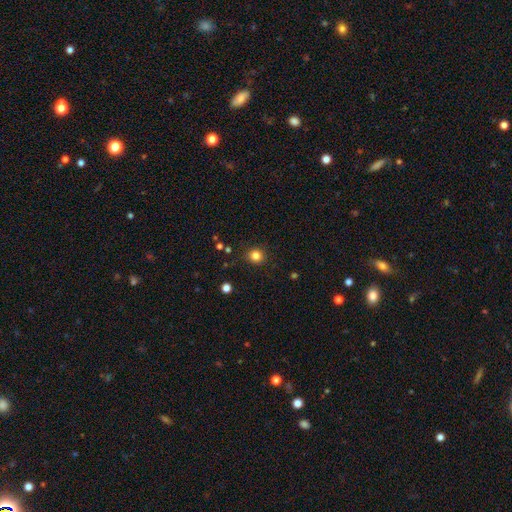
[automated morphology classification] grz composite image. It shows a smooth galaxy with no disk features (83%) that is round (91%). Merging: none (89%).